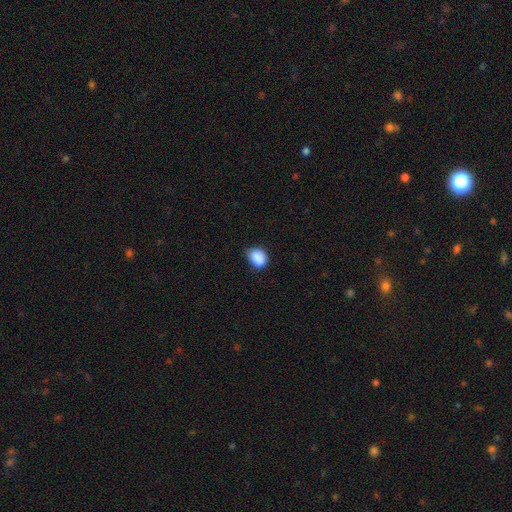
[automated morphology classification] A smooth galaxy with no disk features (88%) that is in between round and cigar-shaped (60%). Merging: none (67%).